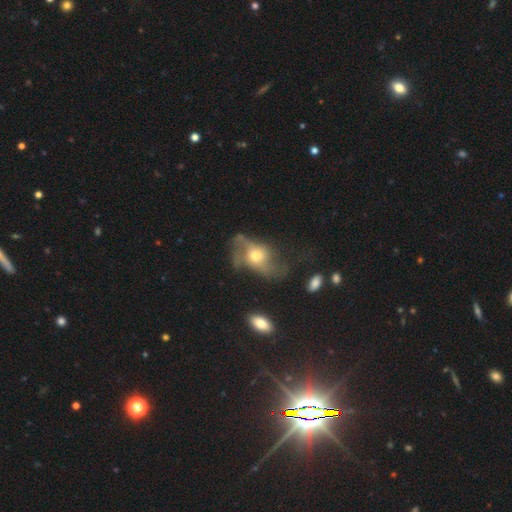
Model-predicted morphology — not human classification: smooth_or_featured: featured or disk (p=0.65) [alt: smooth p=0.26]
disk_edge_on: no (p=0.92) [alt: yes p=0.08]
bar: no (p=0.75) [alt: weak p=0.21]
has_spiral_arms: yes (p=0.73) [alt: no p=0.27]
bulge_size: moderate (p=0.60) [alt: small p=0.22]
merging: major disturbance (p=0.39) [alt: none p=0.35]